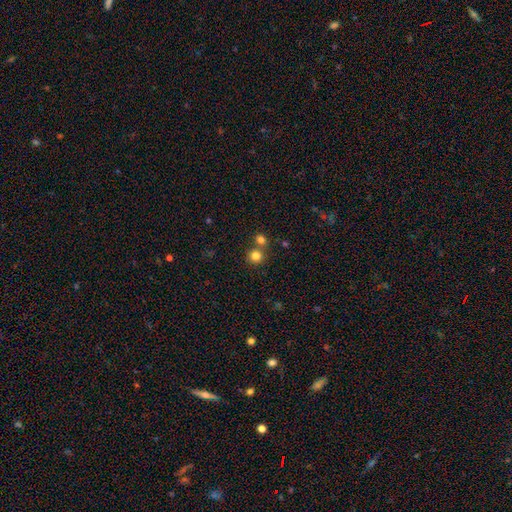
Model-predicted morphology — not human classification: smooth-or-featured: smooth: 81% | star or artifact: 13% | featured or disk: 6%
  how-rounded: round: 92% | in between: 7% | cigar-shaped: 1%
  merging: none: 67% | merger: 25% | minor disturbance: 6% | major disturbance: 2%